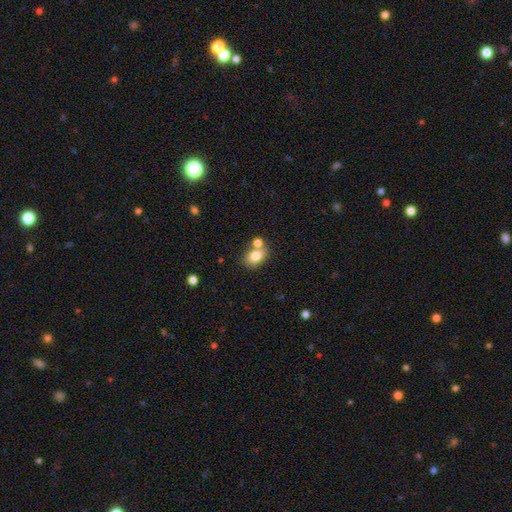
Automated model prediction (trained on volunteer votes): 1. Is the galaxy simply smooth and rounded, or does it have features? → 79% smooth, 12% featured or disk, 9% star or artifact.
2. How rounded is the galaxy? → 75% in between, 24% round, 1% cigar-shaped.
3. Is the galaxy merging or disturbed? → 58% none, 26% merger, 13% minor disturbance, 4% major disturbance.